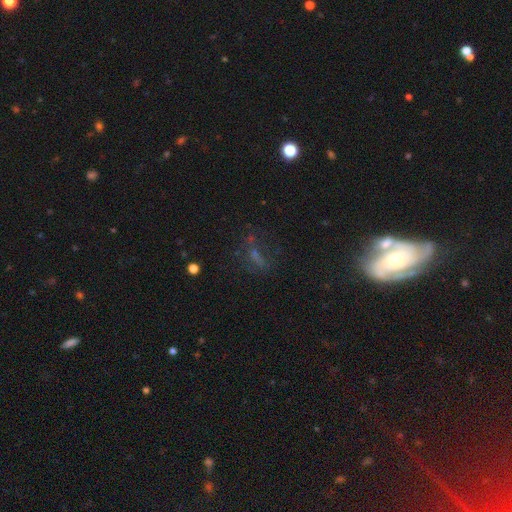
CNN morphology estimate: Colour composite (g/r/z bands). It shows a smooth galaxy with no disk features (36%, tied with star or artifact). Merging: none (52%).